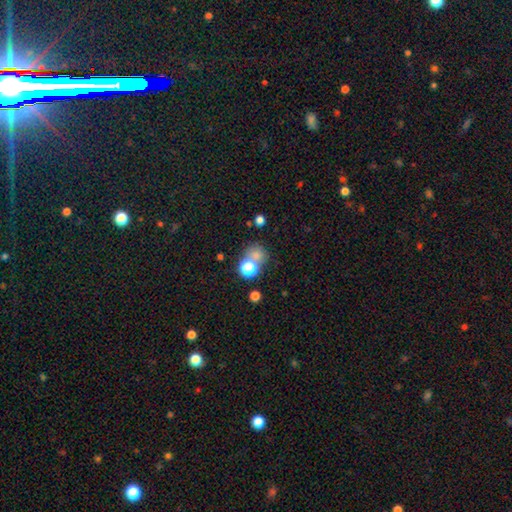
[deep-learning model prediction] smooth 68%, star or artifact 23%, featured or disk 9%. Down the decision tree: how rounded — round (79%); merging — none (55%).